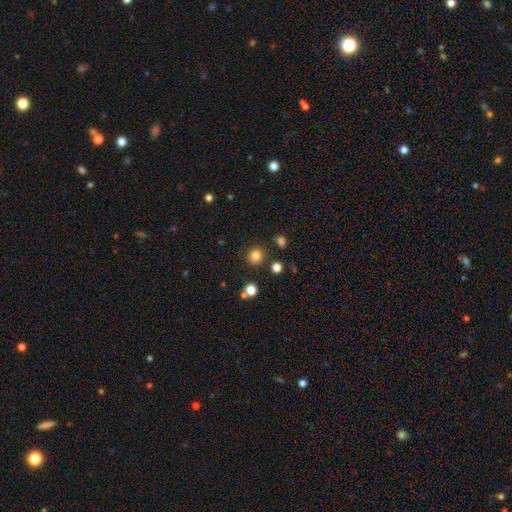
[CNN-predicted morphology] This appears to be a smooth galaxy with no disk features (82%) that is round (91%). Merging: none (87%).